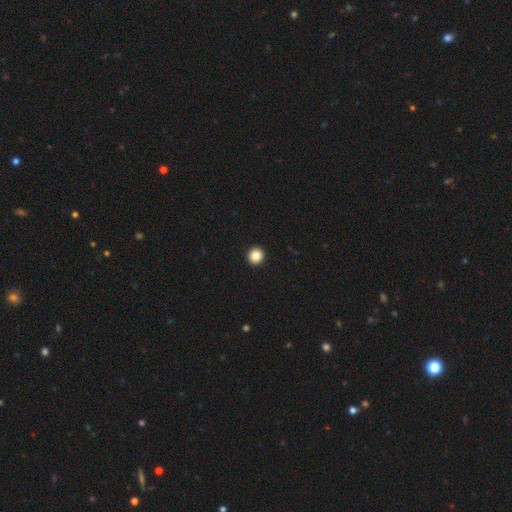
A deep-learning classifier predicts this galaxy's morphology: smooth_or_featured: smooth (p=0.86) [alt: star or artifact p=0.10]
how_rounded: round (p=0.95) [alt: in between p=0.04]
merging: none (p=0.94) [alt: minor disturbance p=0.03]